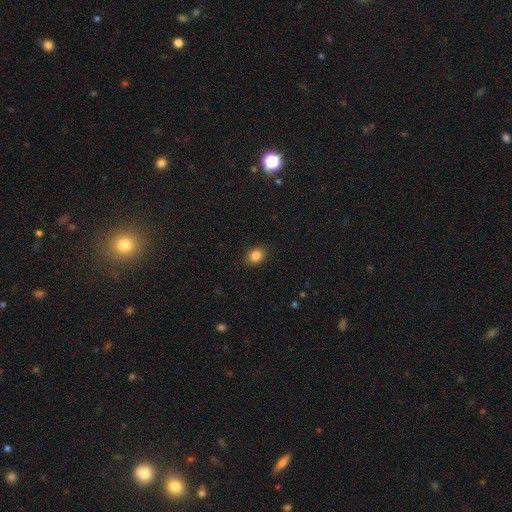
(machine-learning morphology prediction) smooth 86%, star or artifact 10%, featured or disk 4%. Down the decision tree: how rounded — in between (63%); merging — none (88%).